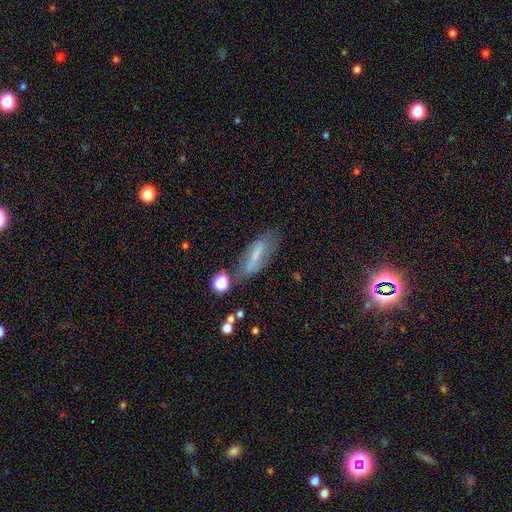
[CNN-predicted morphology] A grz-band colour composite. It shows a smooth galaxy with no disk features (45%). Merging: none (62%).